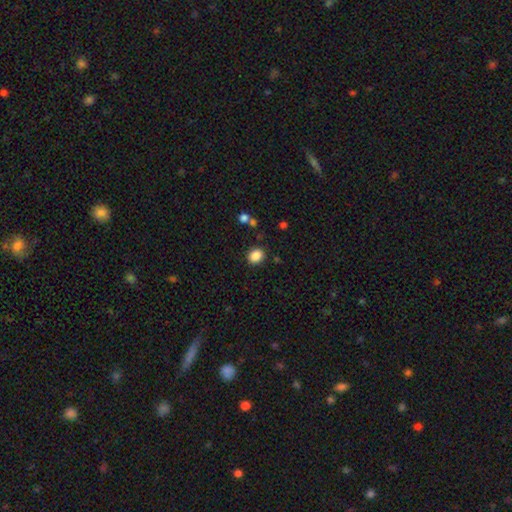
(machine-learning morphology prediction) Smooth or featured? Predicted: smooth (p=0.87). How rounded? Predicted: round (p=0.51). Merging? Predicted: none (p=0.85).